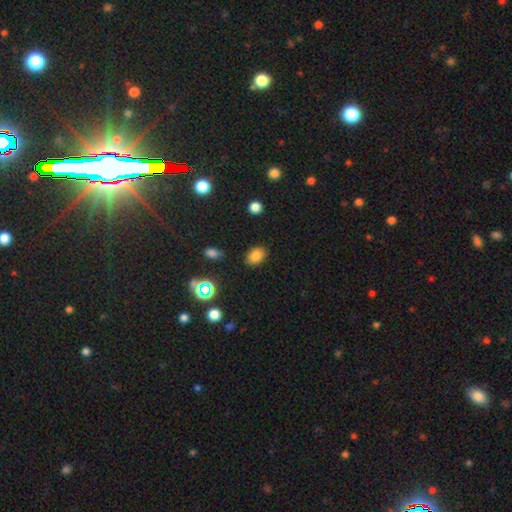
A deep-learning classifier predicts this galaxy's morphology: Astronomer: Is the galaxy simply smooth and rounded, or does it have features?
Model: smooth — 80%.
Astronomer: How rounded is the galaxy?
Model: in between — 76%.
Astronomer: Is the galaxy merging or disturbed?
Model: none — 85%.